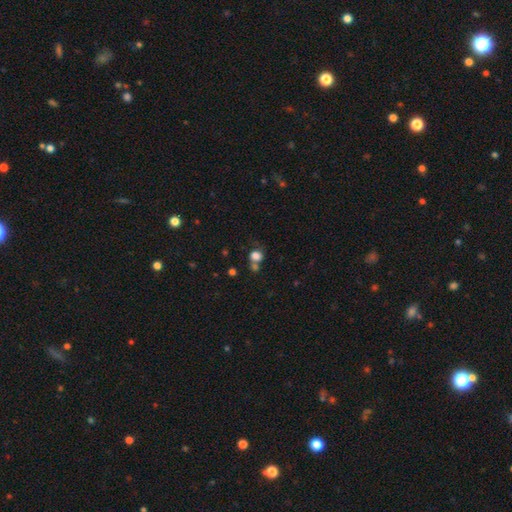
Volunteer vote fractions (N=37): Overall: smooth (92%). How rounded: round (82%). Merging: none (77%).